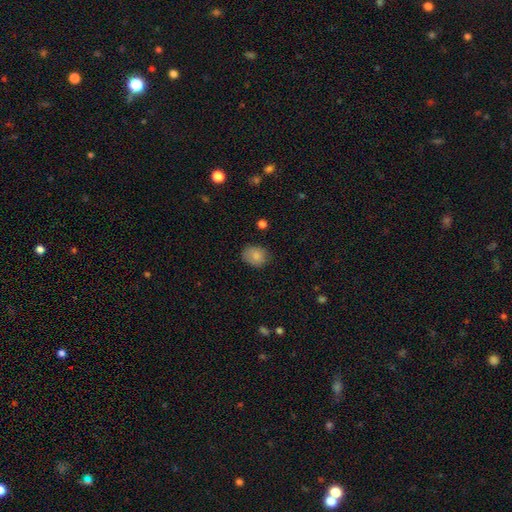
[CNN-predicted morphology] The model was most divided on "how rounded": round: 53%, in between: 47%, cigar-shaped: 1%. More confident: smooth or featured — smooth (82%); merging — none (77%).